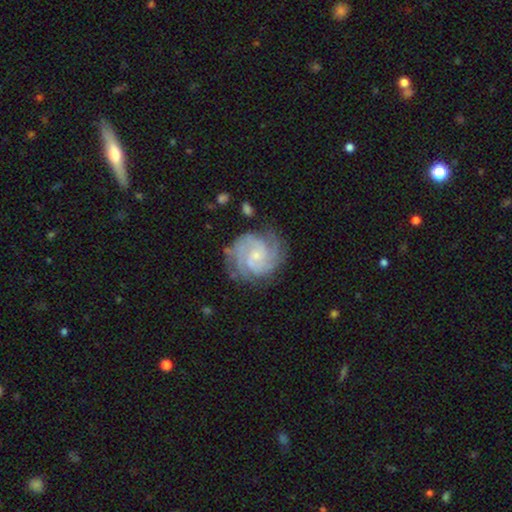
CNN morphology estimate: The model was most divided on "spiral arm count": 3: 32%, 2: 24%, can't tell: 17%, 4: 15%, more than 4: 6%, 1: 6%. More confident: edge-on disk — no (98%); spiral arms — yes (98%); smooth or featured — featured or disk (88%); merging — none (78%); bulge size — small (71%); spiral winding — tight (68%); bar — no (63%).